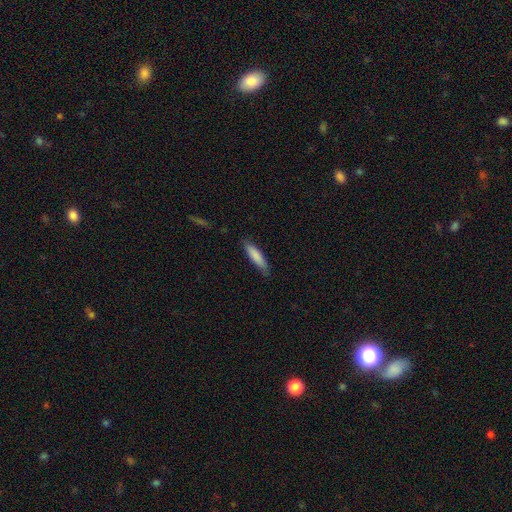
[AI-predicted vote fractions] Overall: smooth (83%). How rounded: cigar-shaped (76%). Merging: none (80%).